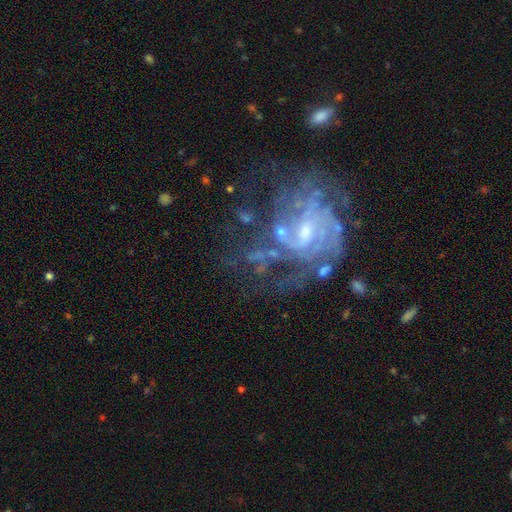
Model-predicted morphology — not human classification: A featured or disk galaxy (81%) with a weak bar (45%), tight (43%) spiral arms (89%) and a small central bulge (54%). Merging: none (46%).